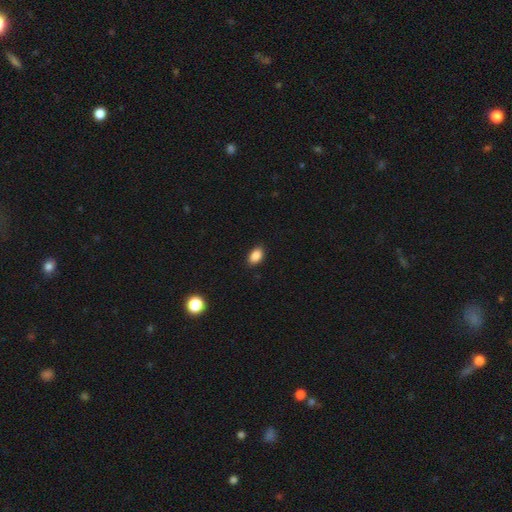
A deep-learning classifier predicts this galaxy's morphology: This appears to be a smooth galaxy with no disk features (88%) that is in between round and cigar-shaped (89%). Merging: none (89%).